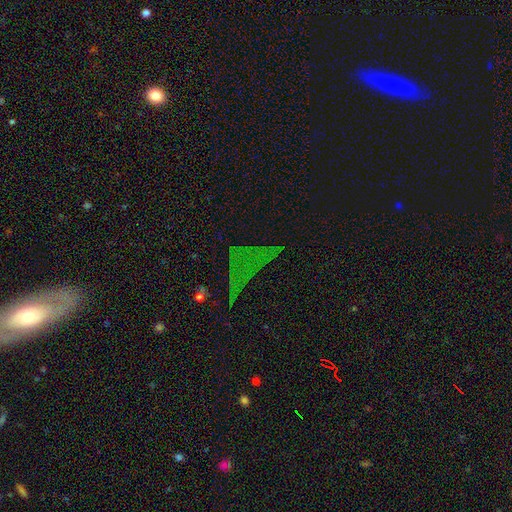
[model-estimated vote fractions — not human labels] star or artifact 46%, featured or disk 28%, smooth 26%.